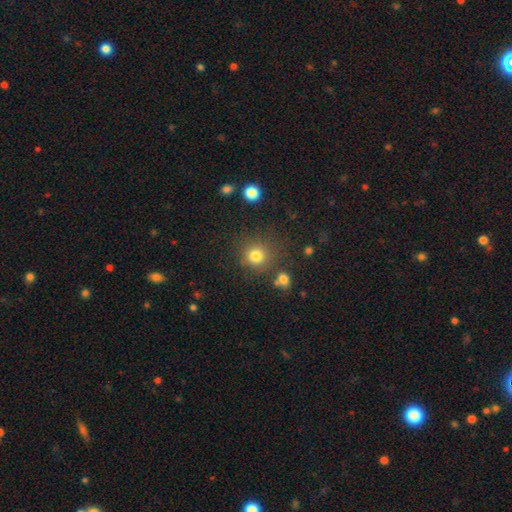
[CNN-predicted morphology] This appears to be a smooth galaxy with no disk features (80%) that is round (91%). Merging: none (79%).